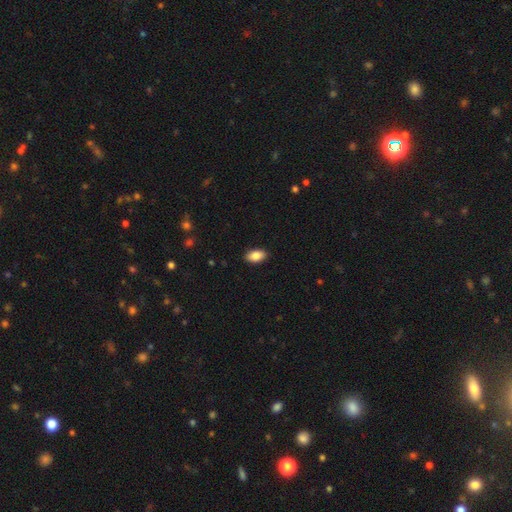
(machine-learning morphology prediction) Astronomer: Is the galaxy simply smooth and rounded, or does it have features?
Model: smooth — 87%.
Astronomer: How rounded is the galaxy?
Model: in between — 93%.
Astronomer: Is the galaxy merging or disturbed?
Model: none — 90%.